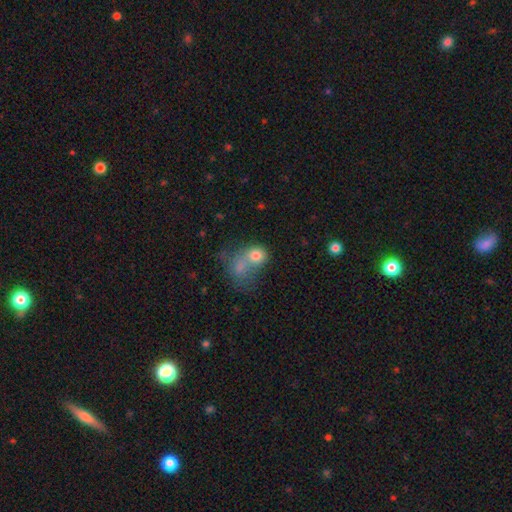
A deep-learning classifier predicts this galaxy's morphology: A smooth galaxy with no disk features (73%) that is round (55%). Merging: merger (59%).